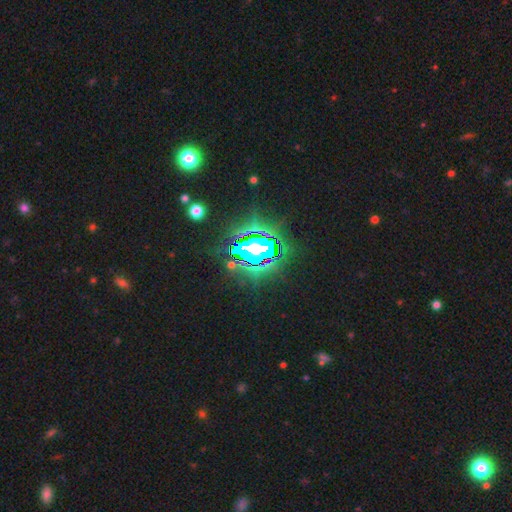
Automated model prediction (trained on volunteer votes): The model was most divided on "smooth or featured": star or artifact: 71%, smooth: 15%, featured or disk: 14%.